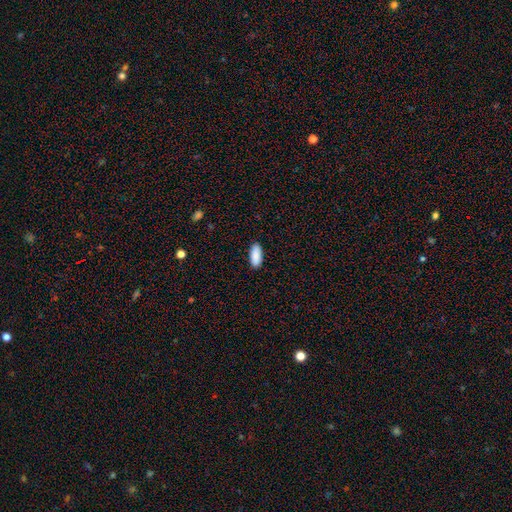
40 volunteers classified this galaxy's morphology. Overall: smooth (88%). How rounded: in between (77%). Merging: none (95%).